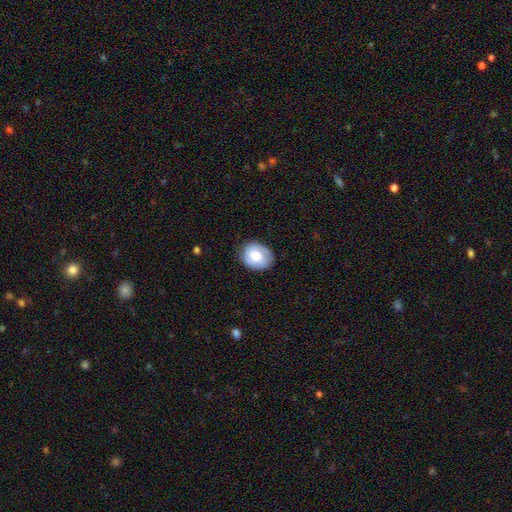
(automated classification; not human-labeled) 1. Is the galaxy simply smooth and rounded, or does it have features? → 60% smooth, 33% featured or disk, 7% star or artifact.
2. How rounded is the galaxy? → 59% round, 40% in between, 1% cigar-shaped.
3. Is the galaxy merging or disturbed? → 78% none, 17% minor disturbance, 4% major disturbance, 1% merger.